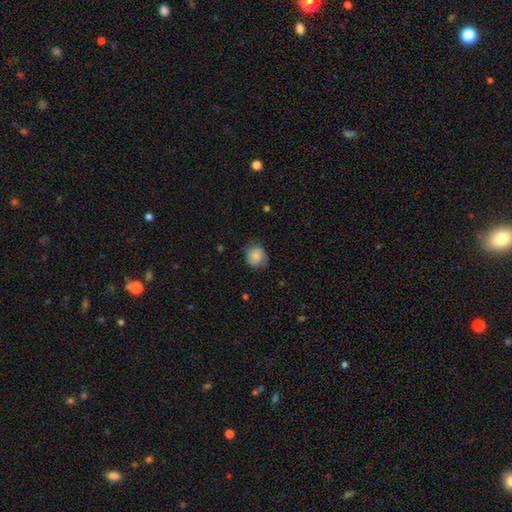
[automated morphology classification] This appears to be a smooth galaxy with no disk features (81%) that is round (76%). Merging: none (70%).